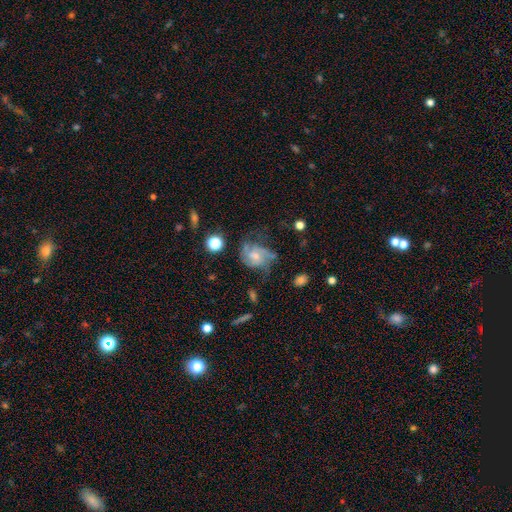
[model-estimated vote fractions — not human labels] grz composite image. It shows a featured or disk galaxy (62%) with no bar (62%), spiral arms (76%) and a small central bulge (43%). Merging: none (40%).